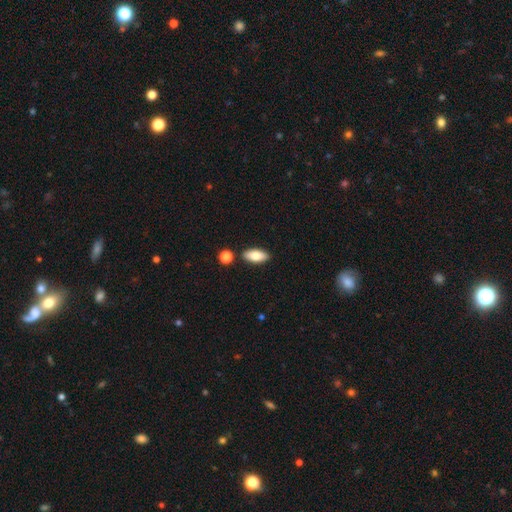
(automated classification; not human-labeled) This appears to be a smooth galaxy with no disk features (79%) that is in between round and cigar-shaped (86%). Merging: none (84%).